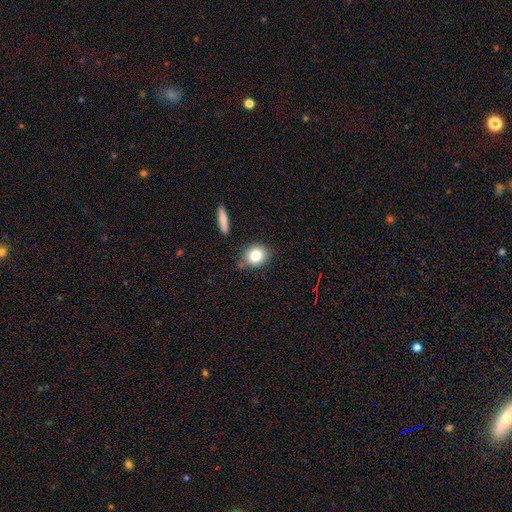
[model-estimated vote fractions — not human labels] smooth_or_featured: smooth (p=0.80) [alt: featured or disk p=0.11]
how_rounded: round (p=0.73) [alt: in between p=0.26]
merging: none (p=0.77) [alt: minor disturbance p=0.15]